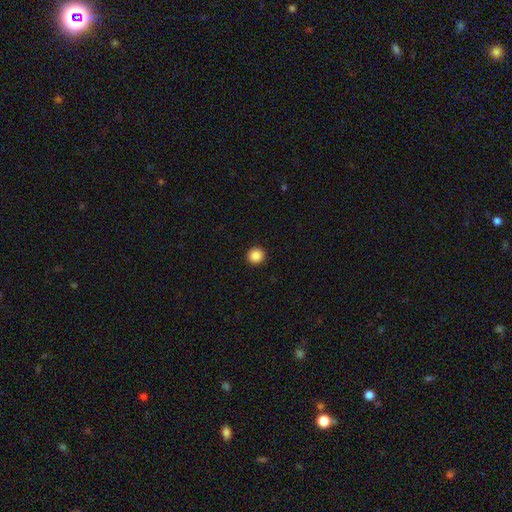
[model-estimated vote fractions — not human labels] Smooth or featured? smooth (88%)
How rounded? round (95%)
Merging? none (94%)